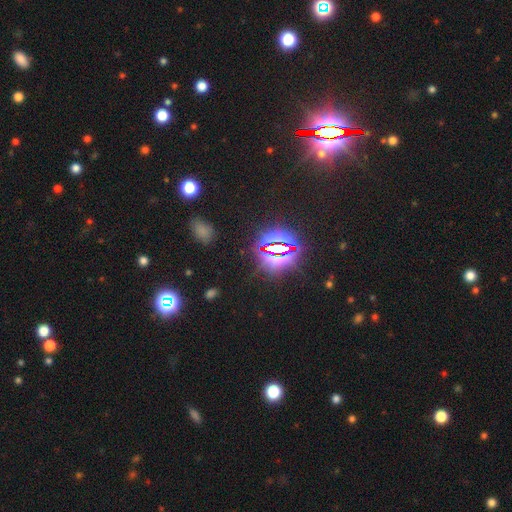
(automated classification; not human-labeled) Smooth or featured: star or artifact — 82% (smooth — 11%)